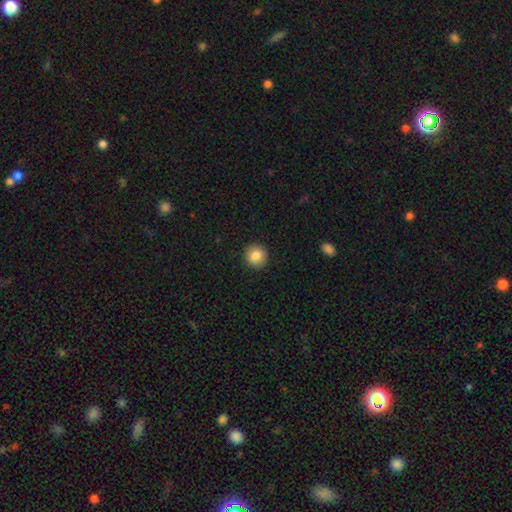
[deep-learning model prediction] This is clearly a smooth galaxy (86%). How rounded: clearly round (93%). Merging: clearly none (92%).